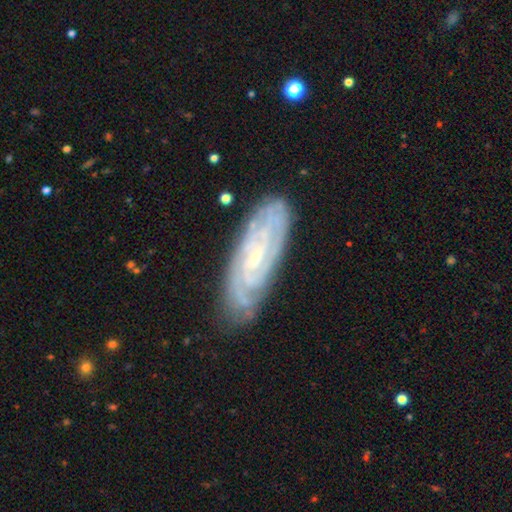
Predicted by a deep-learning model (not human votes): A featured or disk galaxy (84%) with no bar (44%), tight (76%) spiral arms (97%) and a small central bulge (72%). Merging: none (79%).